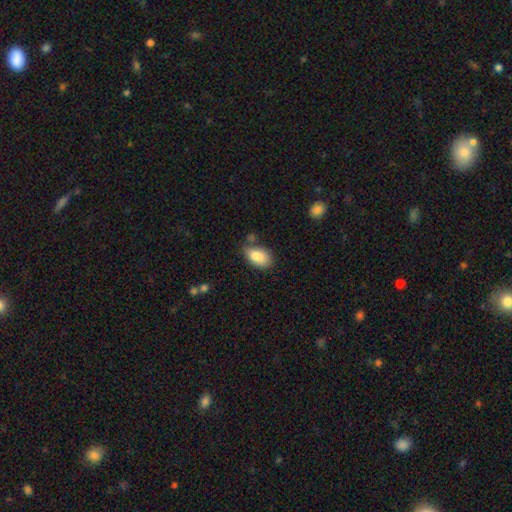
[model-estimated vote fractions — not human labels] Smooth or featured? Predicted: smooth (p=0.85). How rounded? Predicted: in between (p=0.92). Merging? Predicted: none (p=0.59).